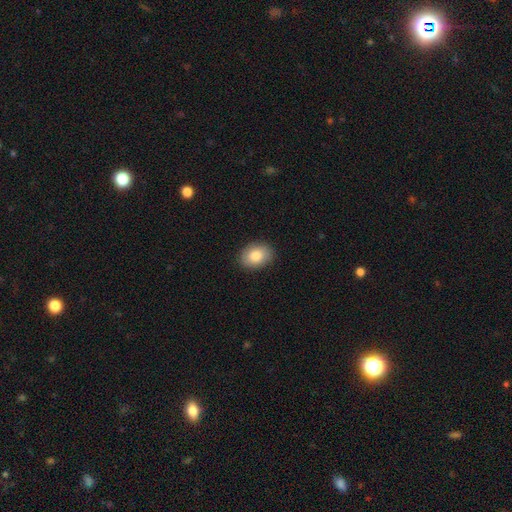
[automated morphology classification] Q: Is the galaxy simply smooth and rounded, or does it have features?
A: smooth — 85%.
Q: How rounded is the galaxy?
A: in between — 75%.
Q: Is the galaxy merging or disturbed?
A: none — 89%.